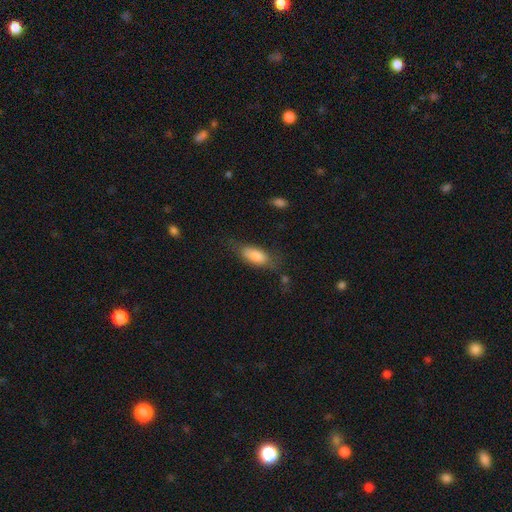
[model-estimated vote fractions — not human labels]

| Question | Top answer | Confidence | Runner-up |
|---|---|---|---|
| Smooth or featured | smooth | 78% | featured or disk (15%) |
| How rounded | in between | 78% | cigar-shaped (20%) |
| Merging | none | 60% | minor disturbance (25%) |